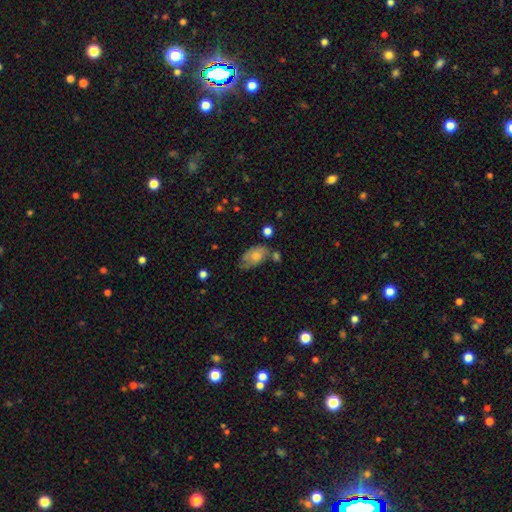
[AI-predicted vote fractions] A smooth galaxy with no disk features (59%) that is in between round and cigar-shaped (89%). Merging: none (45%).